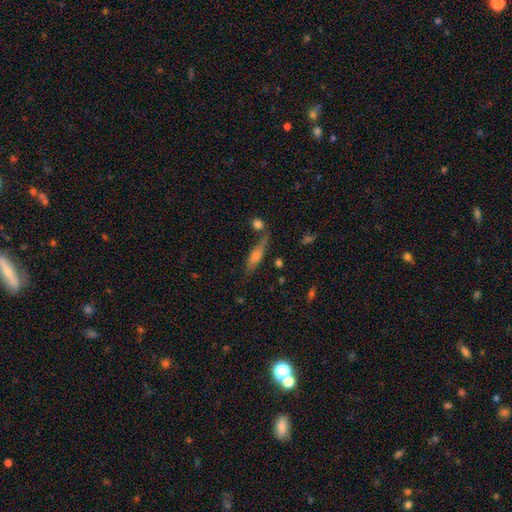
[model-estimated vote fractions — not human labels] Smooth or featured? featured or disk (52%)
Edge-on disk? yes (90%)
Merging? none (69%)